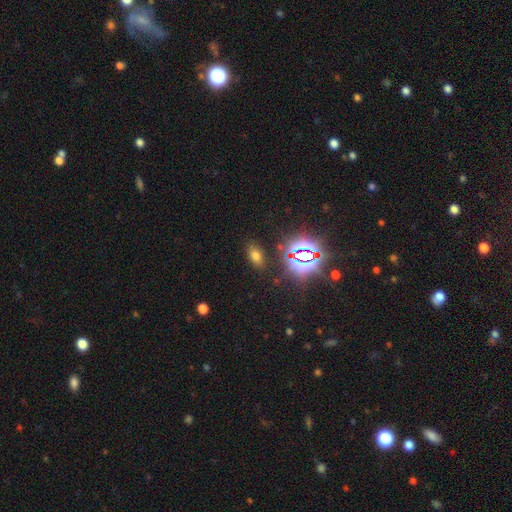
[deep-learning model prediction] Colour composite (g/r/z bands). It shows a smooth galaxy with no disk features (58%) that is in between round and cigar-shaped (86%). Merging: none (85%).